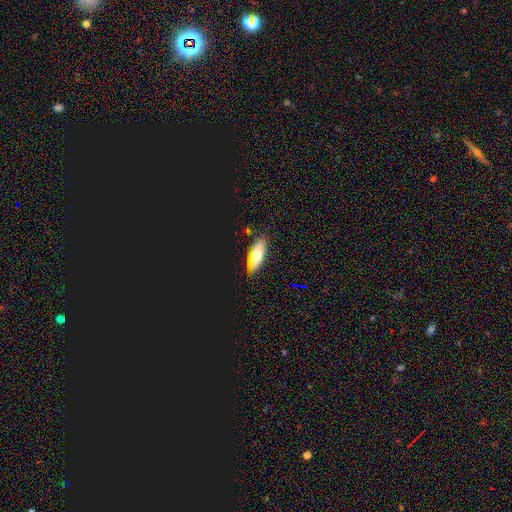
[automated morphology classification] Q: Smooth or featured?
A: smooth (57%); runner-up: featured or disk (24%)
Q: How rounded?
A: in between (72%); runner-up: cigar-shaped (23%)
Q: Merging?
A: none (84%); runner-up: minor disturbance (11%)